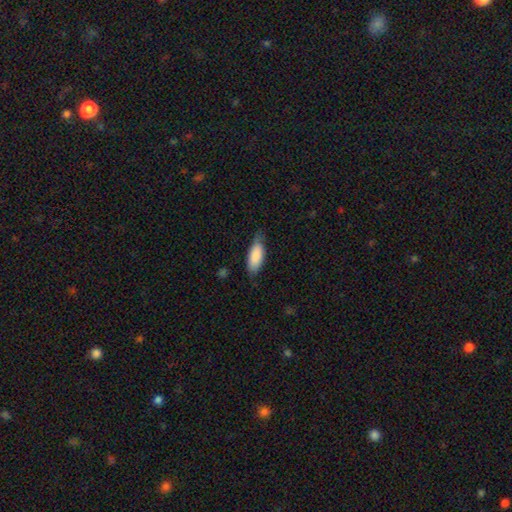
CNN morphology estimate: A smooth galaxy with no disk features (85%) that is in between round and cigar-shaped (77%). Merging: none (67%).